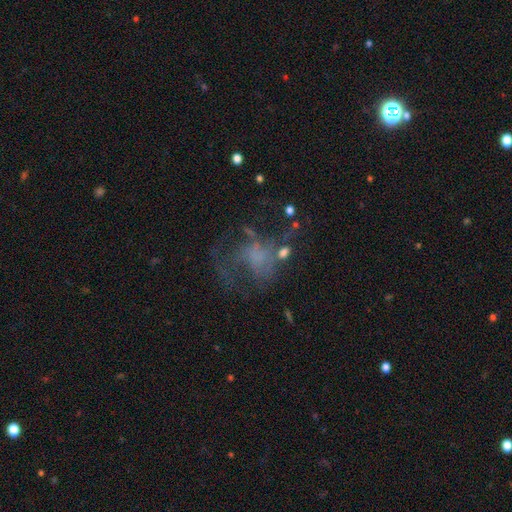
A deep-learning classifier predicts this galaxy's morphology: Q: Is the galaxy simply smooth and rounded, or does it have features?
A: featured or disk — 51%.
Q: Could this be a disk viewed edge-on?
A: no — 97%.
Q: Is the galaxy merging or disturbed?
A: major disturbance — 44%.